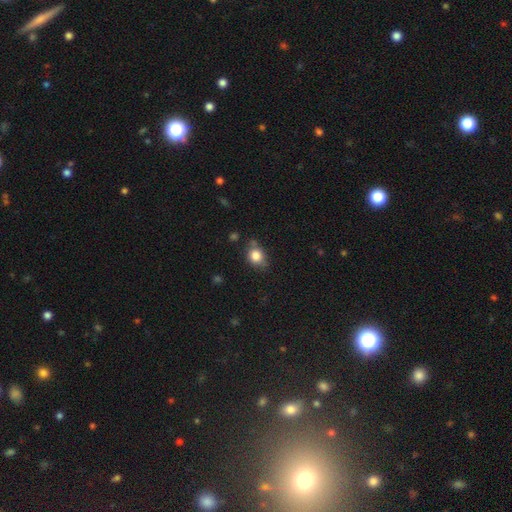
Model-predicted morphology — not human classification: Smooth or featured?
  - smooth: 83% *
  - star or artifact: 10%
  - featured or disk: 7%
How rounded?
  - round: 58% *
  - in between: 41%
  - cigar-shaped: 1%
Merging?
  - none: 66% *
  - minor disturbance: 23%
  - major disturbance: 5%
  - merger: 5%